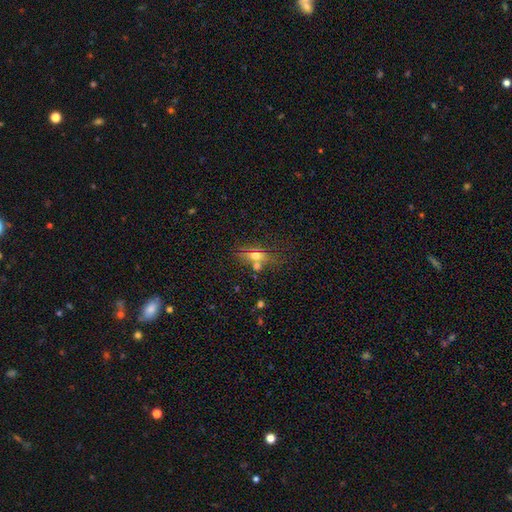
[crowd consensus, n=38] Smooth or featured? 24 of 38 (63%) said smooth. How rounded? 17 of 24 (71%) said in between. Merging? 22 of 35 (63%) said none.